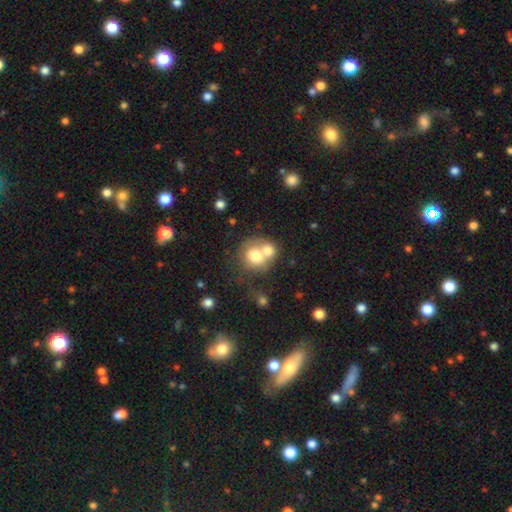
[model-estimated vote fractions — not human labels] A smooth galaxy with no disk features (69%) that is round (77%). Merging: merger (60%).